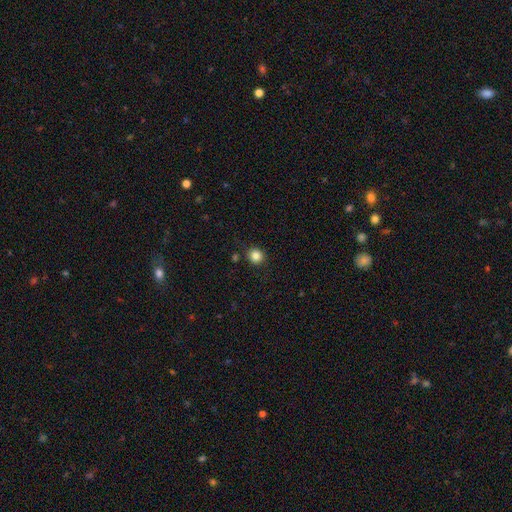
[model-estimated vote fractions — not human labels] smooth_or_featured: smooth (p=0.84) [alt: star or artifact p=0.11]
how_rounded: round (p=0.89) [alt: in between p=0.10]
merging: none (p=0.88) [alt: minor disturbance p=0.07]